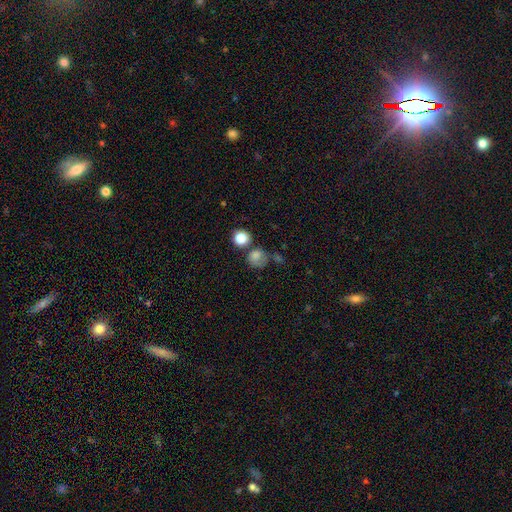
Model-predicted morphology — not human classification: The model was most divided on "merging": none: 49%, minor disturbance: 19%, merger: 18%, major disturbance: 13%. More confident: how rounded — round (77%); smooth or featured — smooth (73%).